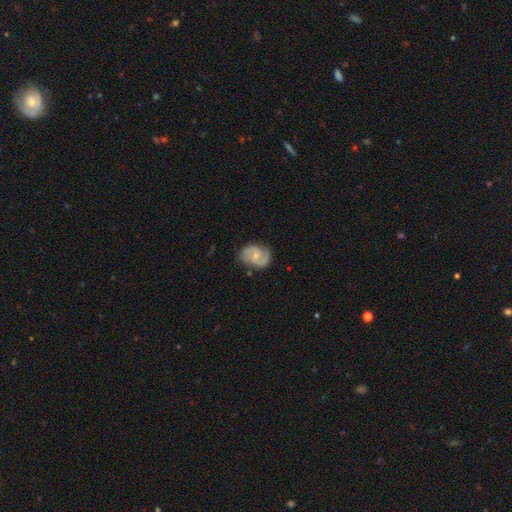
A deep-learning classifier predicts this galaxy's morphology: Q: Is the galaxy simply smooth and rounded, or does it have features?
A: featured or disk — 78%.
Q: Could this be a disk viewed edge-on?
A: no — 98%.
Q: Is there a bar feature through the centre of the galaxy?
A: no — 54%.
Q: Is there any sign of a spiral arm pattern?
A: yes — 95%.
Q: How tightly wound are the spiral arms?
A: medium — 51%.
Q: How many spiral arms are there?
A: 2 — 88%.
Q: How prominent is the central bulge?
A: small — 53%.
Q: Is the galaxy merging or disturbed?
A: none — 74%.